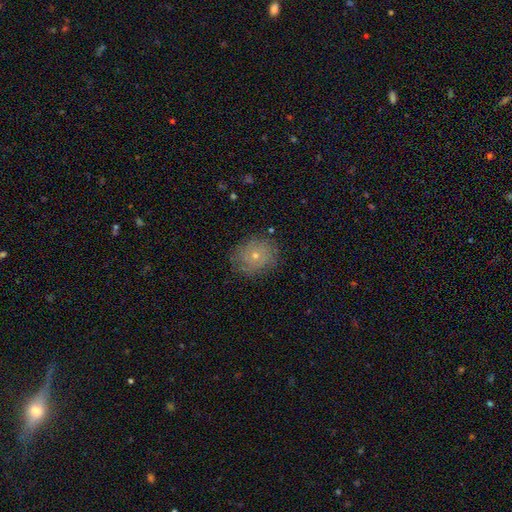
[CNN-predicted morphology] Smooth or featured? featured or disk (52%)
Edge-on disk? no (97%)
Bar? no (86%)
Spiral arms? yes (75%)
Bulge size? small (59%)
Merging? none (77%)